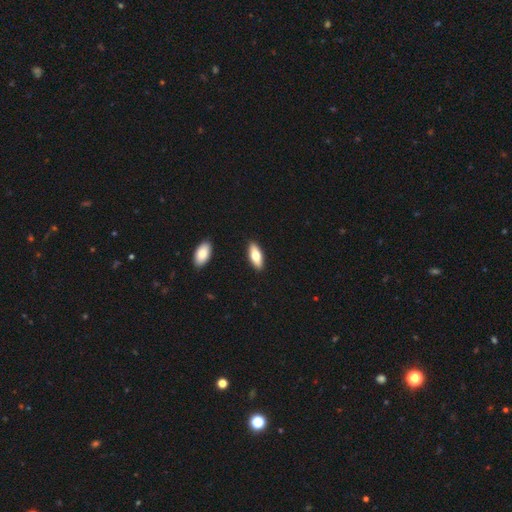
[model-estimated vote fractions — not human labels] The model was most divided on "smooth or featured": smooth: 68%, featured or disk: 26%, star or artifact: 6%. More confident: merging — none (90%); how rounded — in between (76%).